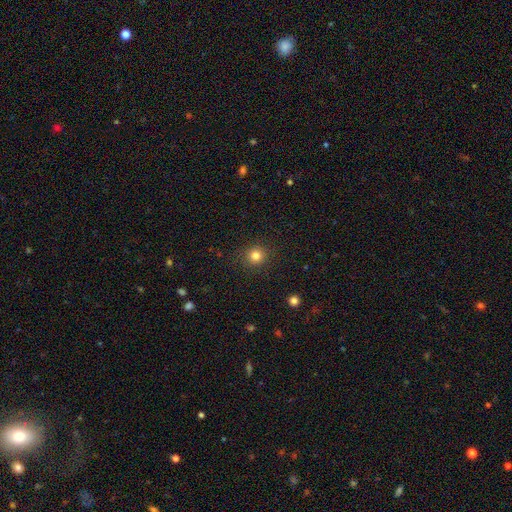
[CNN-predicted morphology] Smooth or featured? Predicted: smooth (p=0.81). How rounded? Predicted: round (p=0.90). Merging? Predicted: none (p=0.90).